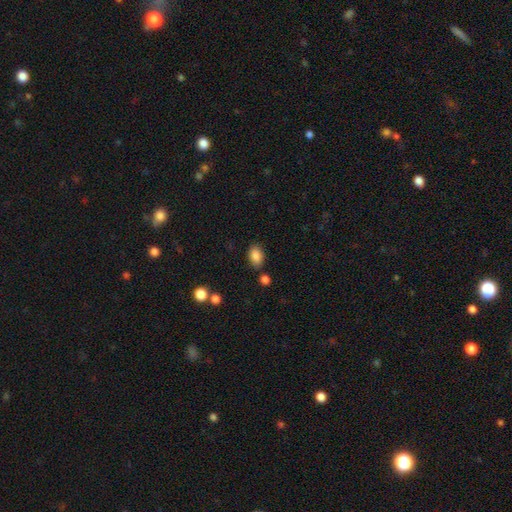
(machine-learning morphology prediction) Q: Smooth or featured?
A: smooth (85%); runner-up: star or artifact (9%)
Q: How rounded?
A: in between (86%); runner-up: round (12%)
Q: Merging?
A: none (79%); runner-up: minor disturbance (12%)